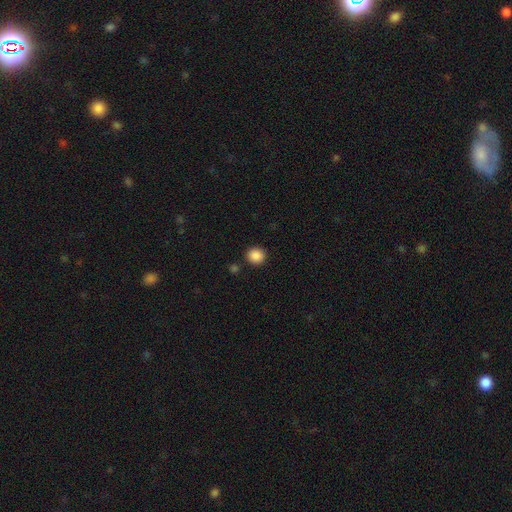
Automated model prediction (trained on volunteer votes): A smooth galaxy with no disk features (88%) that is round (87%). Merging: none (89%).